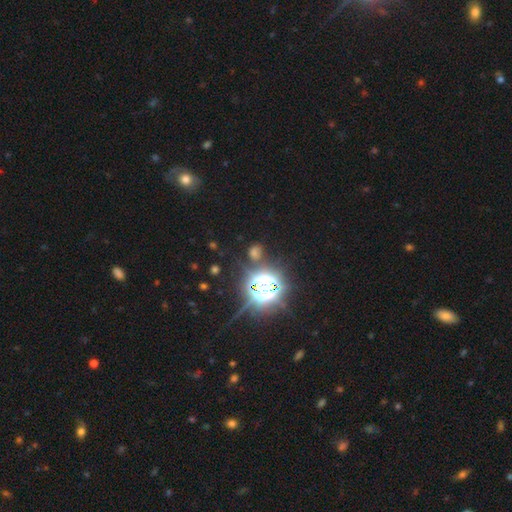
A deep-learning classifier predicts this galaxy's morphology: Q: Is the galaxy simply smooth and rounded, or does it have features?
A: star or artifact — 75%.